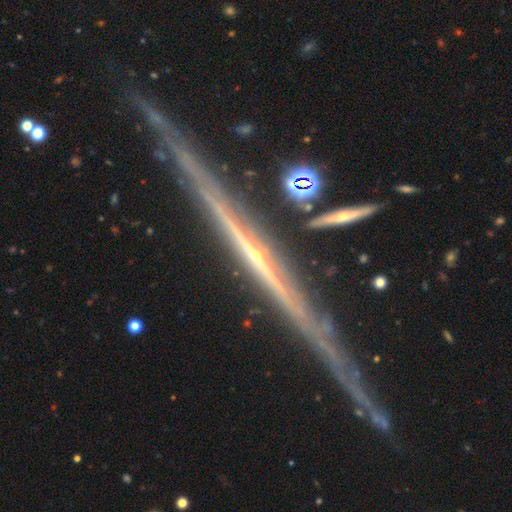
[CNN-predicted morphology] Smooth or featured?
  - featured or disk: 85% *
  - star or artifact: 8%
  - smooth: 7%
Edge-on disk?
  - yes: 98% *
  - no: 2%
Edge-on bulge?
  - none: 59% *
  - rounded: 33%
  - boxy: 8%
Merging?
  - none: 87% *
  - minor disturbance: 9%
  - merger: 2%
  - major disturbance: 2%